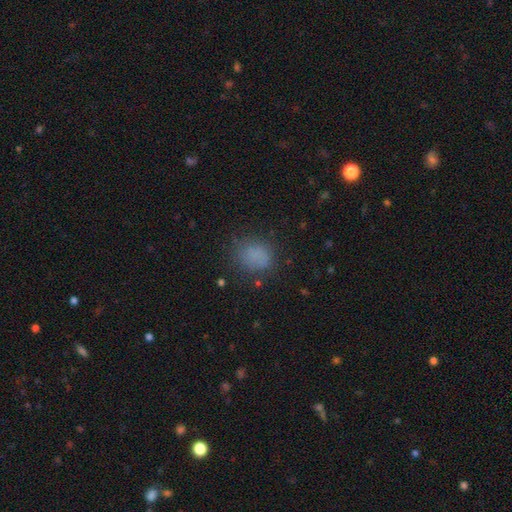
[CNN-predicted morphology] smooth_or_featured: smooth (p=0.77) [alt: star or artifact p=0.15]
how_rounded: round (p=0.54) [alt: in between p=0.44]
merging: none (p=0.70) [alt: minor disturbance p=0.19]